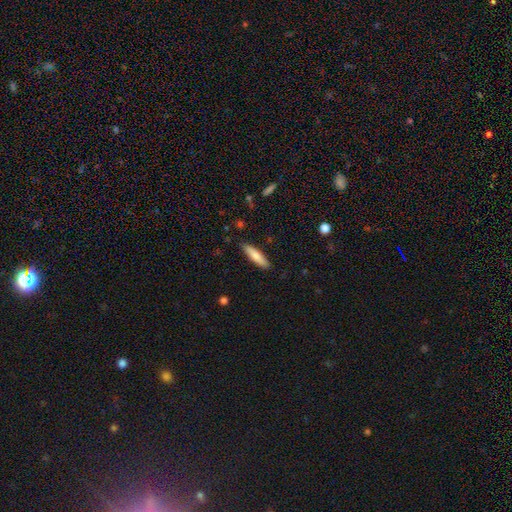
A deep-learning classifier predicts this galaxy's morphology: smooth_or_featured: smooth (p=0.74) [alt: featured or disk p=0.20]
how_rounded: cigar-shaped (p=0.76) [alt: in between p=0.22]
merging: none (p=0.89) [alt: minor disturbance p=0.09]